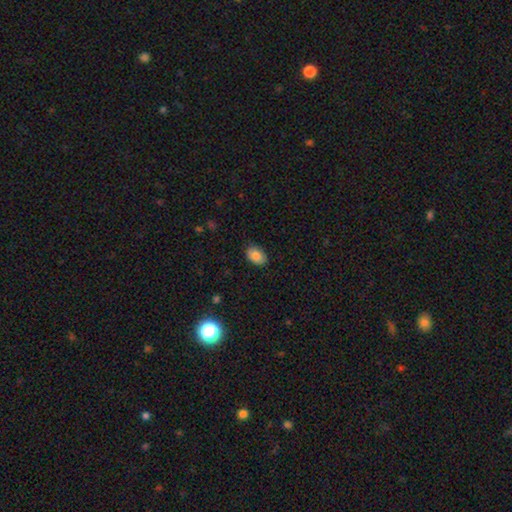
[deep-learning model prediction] Smooth or featured? Predicted: smooth (p=0.86). How rounded? Predicted: in between (p=0.86). Merging? Predicted: none (p=0.85).